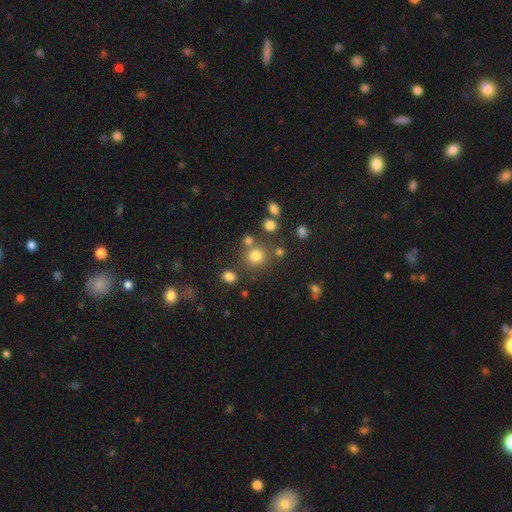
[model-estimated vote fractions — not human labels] Smooth or featured? smooth (77%)
How rounded? round (88%)
Merging? none (71%)